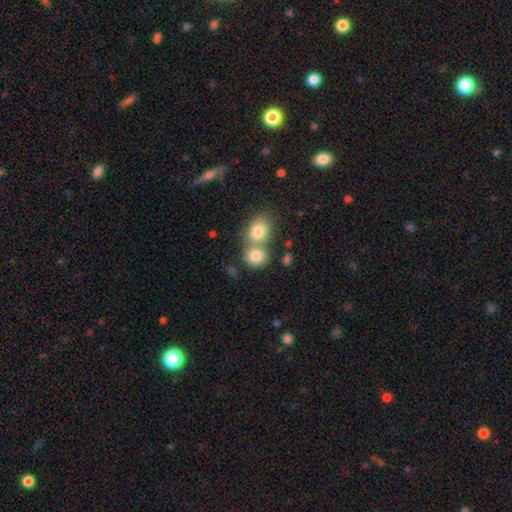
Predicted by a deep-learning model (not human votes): Q: Smooth or featured?
A: smooth (81%); runner-up: featured or disk (10%)
Q: How rounded?
A: round (71%); runner-up: in between (28%)
Q: Merging?
A: merger (54%); runner-up: none (36%)